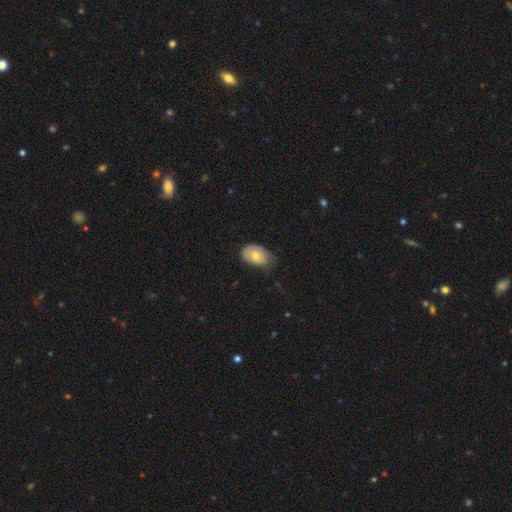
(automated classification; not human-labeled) Smooth or featured? Predicted: smooth (p=0.69). How rounded? Predicted: in between (p=0.84). Merging? Predicted: none (p=0.47).